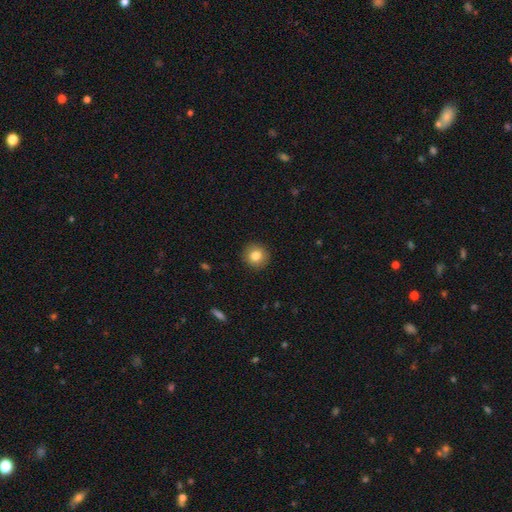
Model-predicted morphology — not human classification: Q: Smooth or featured?
A: smooth (82%); runner-up: star or artifact (10%)
Q: How rounded?
A: round (93%); runner-up: in between (6%)
Q: Merging?
A: none (92%); runner-up: minor disturbance (5%)